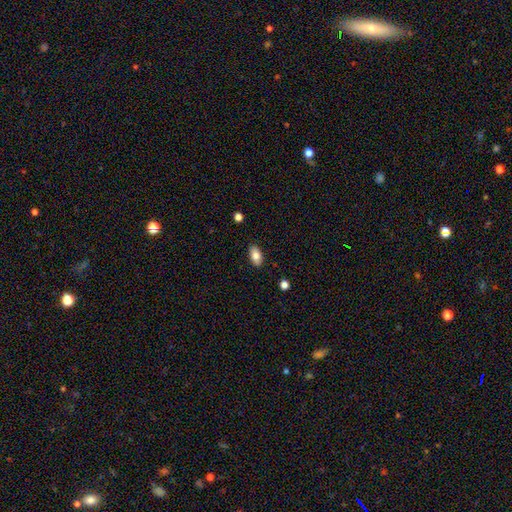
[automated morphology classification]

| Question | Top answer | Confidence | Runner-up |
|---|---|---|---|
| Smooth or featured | smooth | 82% | featured or disk (11%) |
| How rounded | in between | 92% | round (4%) |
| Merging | none | 88% | minor disturbance (9%) |